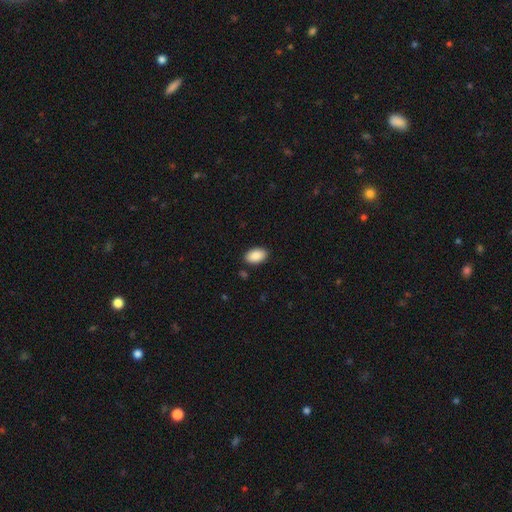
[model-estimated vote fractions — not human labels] smooth-or-featured: smooth: 90% | star or artifact: 7% | featured or disk: 4%
  how-rounded: in between: 93% | round: 6% | cigar-shaped: 1%
  merging: none: 89% | minor disturbance: 8% | major disturbance: 2% | merger: 1%